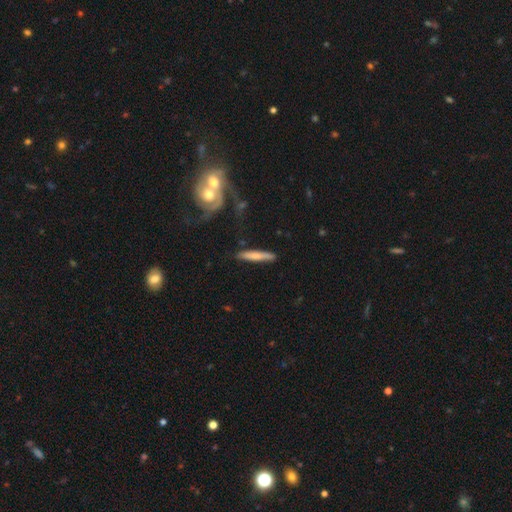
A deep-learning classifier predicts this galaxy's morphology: A smooth galaxy with no disk features (64%) that is cigar-shaped (93%).

Vote fractions:
- Smooth or featured? smooth: 64% / featured or disk: 31% / star or artifact: 5%
- How rounded? cigar-shaped: 93% / in between: 6% / round: 2%
- Merging? none: 82% / minor disturbance: 12% / merger: 3% / major disturbance: 3%